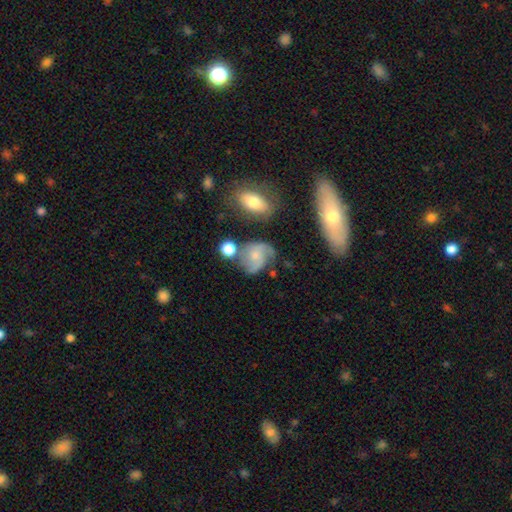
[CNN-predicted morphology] This appears to be a featured or disk galaxy (65%) with no bar (70%), 2 (57%) medium (47%) spiral arms (92%) and a small central bulge (63%). Merging: none (50%).